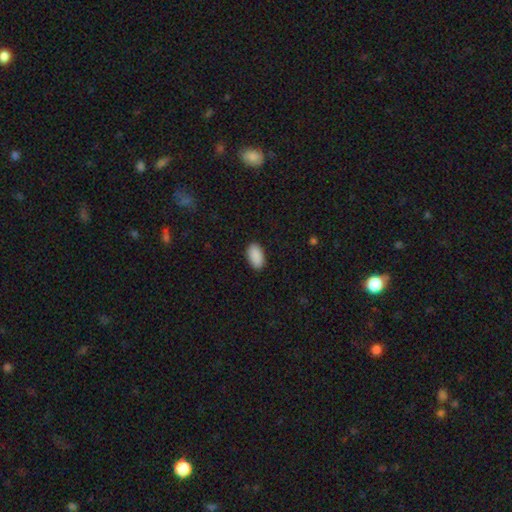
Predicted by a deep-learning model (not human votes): Q: Smooth or featured?
A: smooth (91%); runner-up: star or artifact (7%)
Q: How rounded?
A: in between (95%); runner-up: round (3%)
Q: Merging?
A: none (88%); runner-up: minor disturbance (9%)